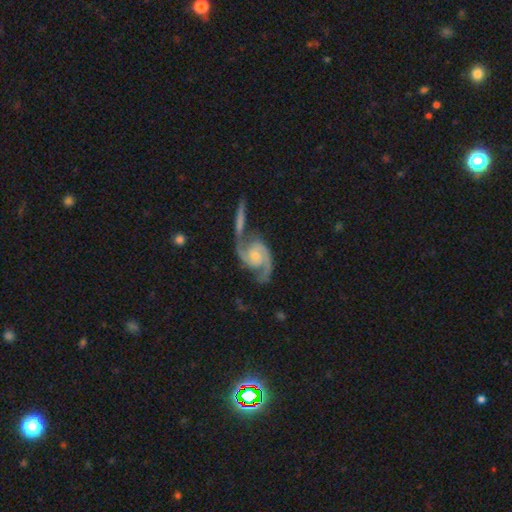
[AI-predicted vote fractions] Smooth or featured?
  - featured or disk: 91% *
  - smooth: 5%
  - star or artifact: 4%
Edge-on disk?
  - no: 97% *
  - yes: 3%
Bar?
  - no: 62% *
  - weak: 31%
  - strong: 7%
Spiral arms?
  - yes: 98% *
  - no: 2%
Spiral winding?
  - medium: 55% *
  - loose: 25%
  - tight: 20%
Spiral arm count?
  - 2: 92% *
  - 3: 2%
  - can't tell: 2%
  - 1: 1%
  - 4: 1%
  - more than 4: 1%
Bulge size?
  - small: 46% *
  - moderate: 43%
  - none: 6%
  - large: 4%
  - dominant: 1%
Merging?
  - none: 49% *
  - merger: 25%
  - minor disturbance: 16%
  - major disturbance: 10%